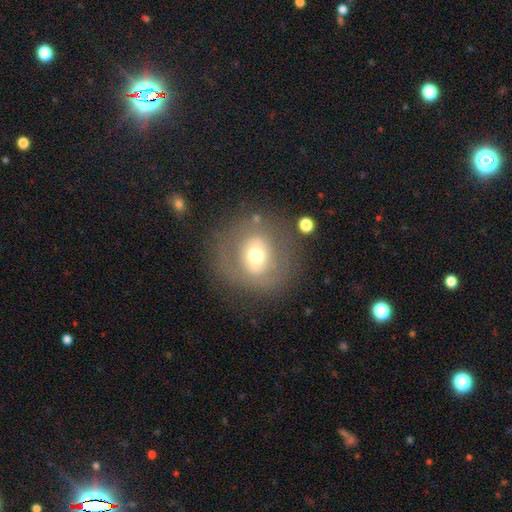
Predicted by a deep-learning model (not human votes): Morphology: type=smooth (52%); roundness=round (85%); merging=none (75%).